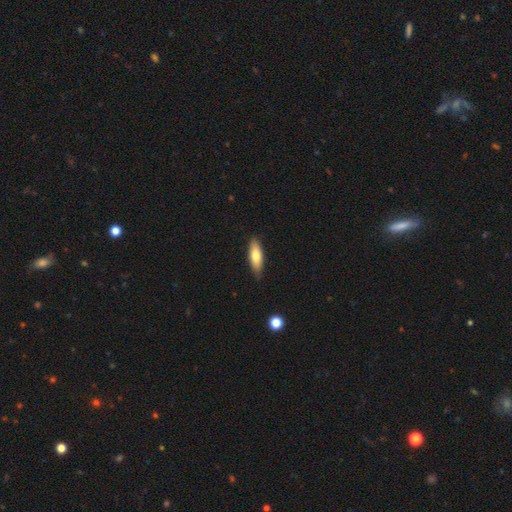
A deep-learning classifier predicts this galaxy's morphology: smooth-or-featured: smooth: 75% | featured or disk: 20% | star or artifact: 6%
  how-rounded: in between: 58% | cigar-shaped: 40% | round: 2%
  merging: none: 84% | minor disturbance: 13% | major disturbance: 2% | merger: 1%